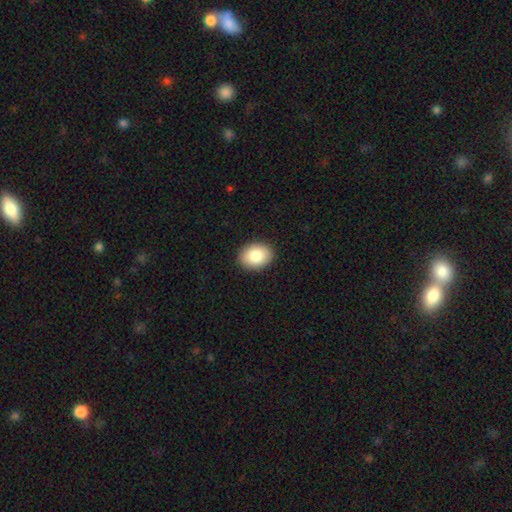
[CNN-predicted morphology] A smooth galaxy with no disk features (86%) that is in between round and cigar-shaped (70%). Merging: none (91%).